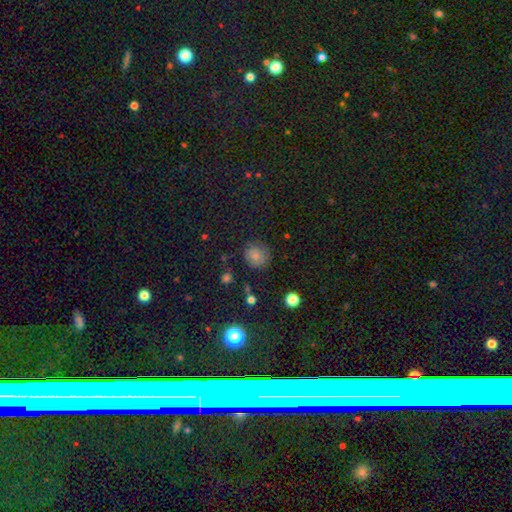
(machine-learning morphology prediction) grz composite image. It shows a smooth galaxy with no disk features (63%) that is round (85%). Merging: none (74%).